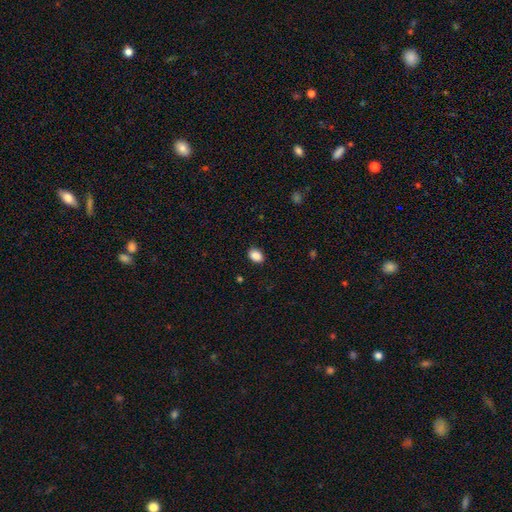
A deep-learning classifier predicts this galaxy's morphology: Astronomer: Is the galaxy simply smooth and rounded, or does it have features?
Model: smooth — 89%.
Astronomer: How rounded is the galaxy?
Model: in between — 81%.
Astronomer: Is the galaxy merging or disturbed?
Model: none — 86%.